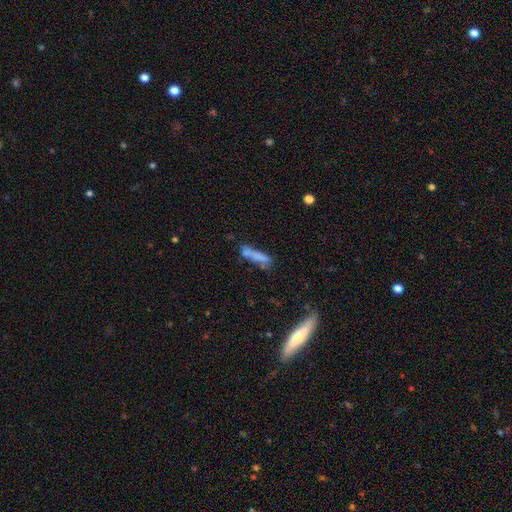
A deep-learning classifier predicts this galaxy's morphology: A smooth galaxy with no disk features (61%) that is cigar-shaped (68%).

Vote fractions:
- Smooth or featured? smooth: 61% / featured or disk: 27% / star or artifact: 12%
- How rounded? cigar-shaped: 68% / in between: 29% / round: 3%
- Merging? none: 42% / merger: 26% / minor disturbance: 20% / major disturbance: 13%